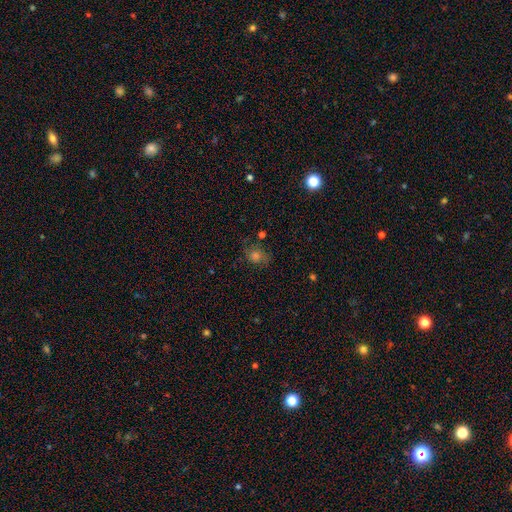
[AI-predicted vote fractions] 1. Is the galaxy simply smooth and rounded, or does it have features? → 53% smooth, 27% star or artifact, 21% featured or disk.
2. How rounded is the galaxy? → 61% round, 37% in between, 2% cigar-shaped.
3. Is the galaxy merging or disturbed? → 68% none, 20% minor disturbance, 10% major disturbance, 3% merger.